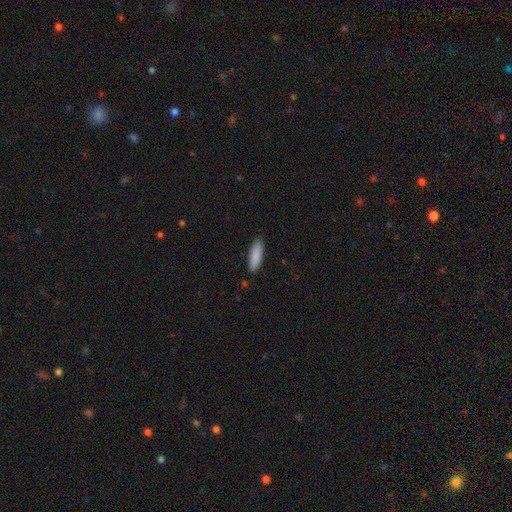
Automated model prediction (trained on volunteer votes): This appears to be a smooth galaxy with no disk features (88%) that is cigar-shaped (61%). Merging: none (89%).